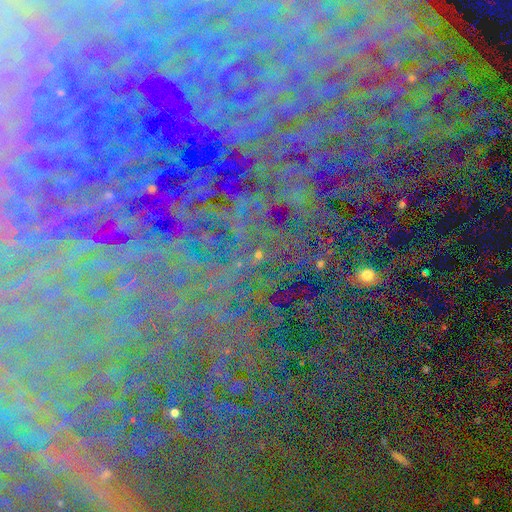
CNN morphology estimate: Q: Smooth or featured?
A: star or artifact (84%); runner-up: featured or disk (9%)